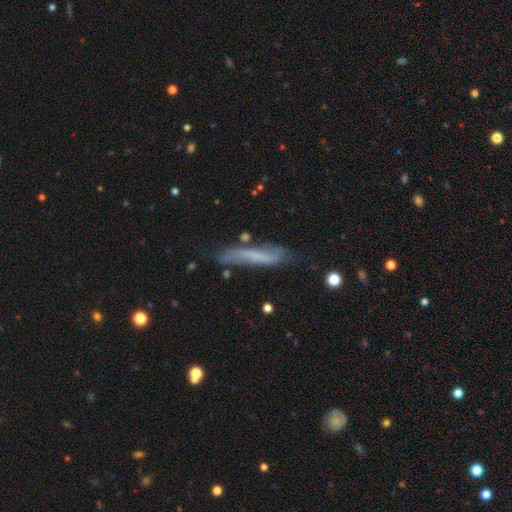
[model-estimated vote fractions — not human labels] Q: Smooth or featured?
A: smooth (46%); runner-up: featured or disk (45%)
Q: Merging?
A: none (61%); runner-up: minor disturbance (26%)